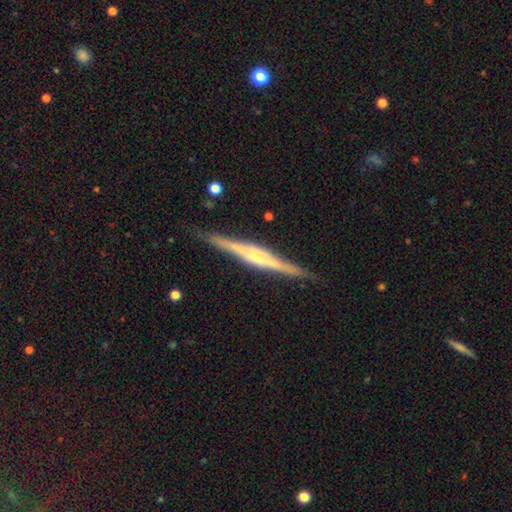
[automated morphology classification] This is clearly a featured or disk galaxy (80%). It is clearly viewed edge-on (98%). Edge-on bulge: likely rounded (76%). Merging: clearly none (89%).